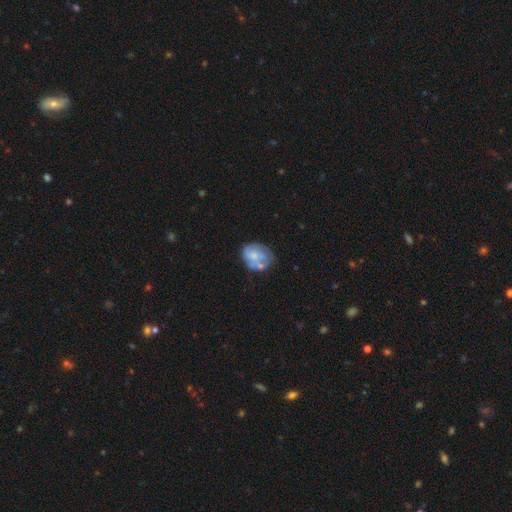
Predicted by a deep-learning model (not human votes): smooth-or-featured: featured or disk: 51% | smooth: 42% | star or artifact: 7%
  disk-edge-on: no: 98% | yes: 2%
  merging: none: 43% | minor disturbance: 25% | merger: 19% | major disturbance: 14%